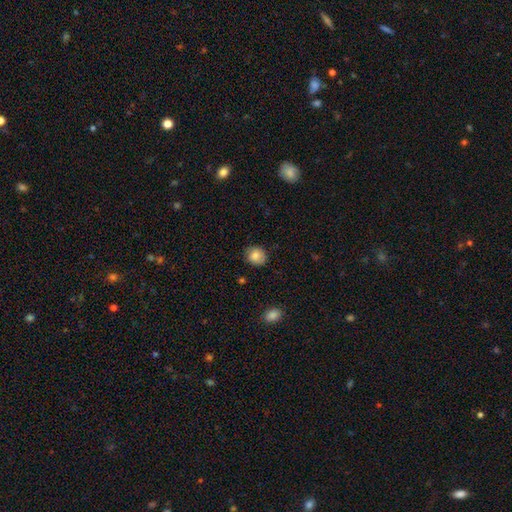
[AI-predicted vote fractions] A smooth galaxy with no disk features (85%) that is round (75%). Merging: none (81%).